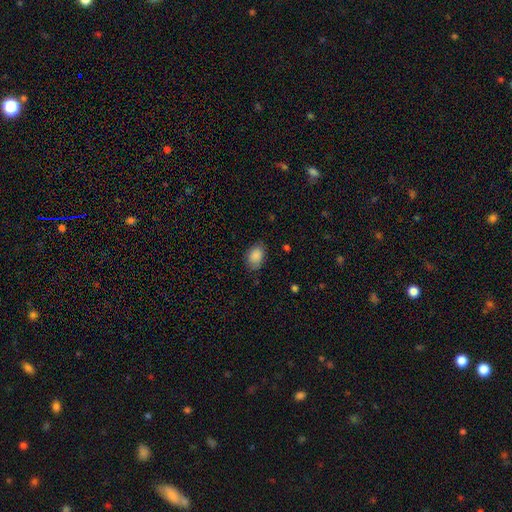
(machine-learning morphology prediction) A smooth galaxy with no disk features (88%) that is in between round and cigar-shaped (82%).

Vote fractions:
- Smooth or featured? smooth: 88% / star or artifact: 7% / featured or disk: 4%
- How rounded? in between: 82% / round: 17% / cigar-shaped: 1%
- Merging? none: 77% / minor disturbance: 18% / major disturbance: 4% / merger: 1%